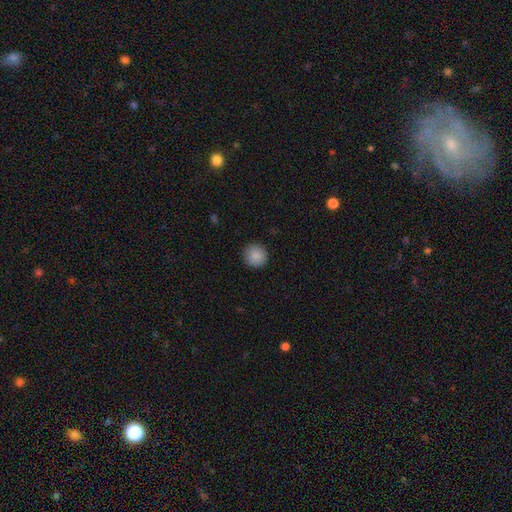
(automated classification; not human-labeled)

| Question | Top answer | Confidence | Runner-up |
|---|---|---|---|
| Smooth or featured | smooth | 88% | star or artifact (8%) |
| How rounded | round | 94% | in between (5%) |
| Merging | none | 91% | minor disturbance (6%) |